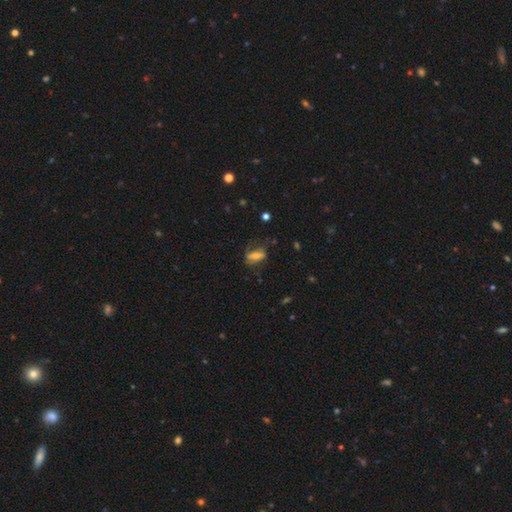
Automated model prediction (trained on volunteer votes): This appears to be a smooth galaxy with no disk features (49%). Merging: none (53%).